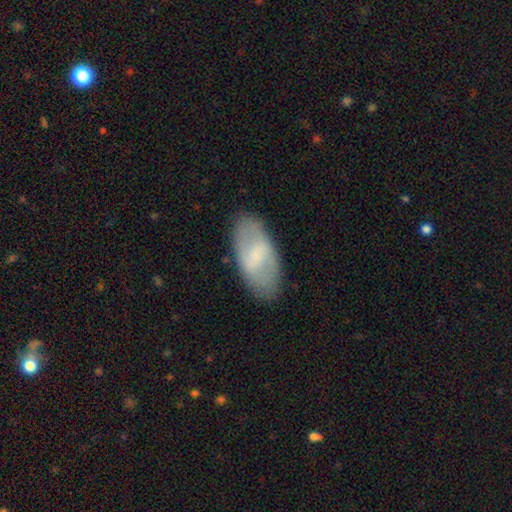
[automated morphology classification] smooth_or_featured: smooth (p=0.49) [alt: featured or disk p=0.44]
merging: none (p=0.83) [alt: minor disturbance p=0.12]